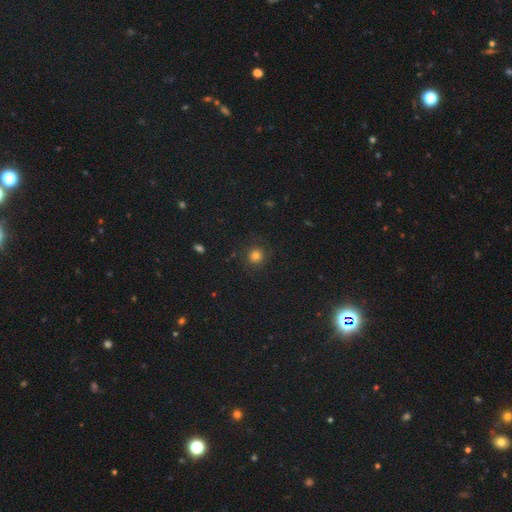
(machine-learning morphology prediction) type=smooth (77%); roundness=round (88%); merging=none (84%).